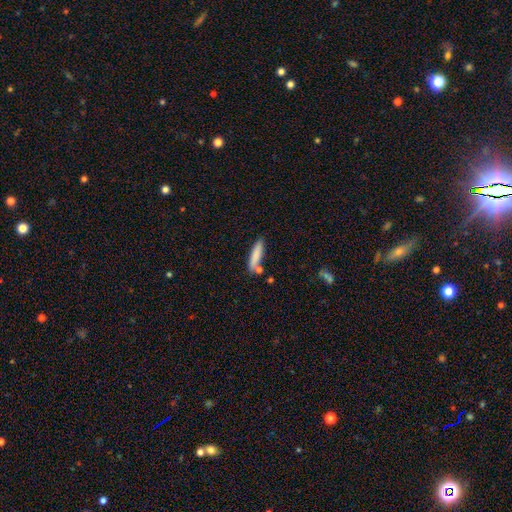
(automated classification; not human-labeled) A smooth galaxy with no disk features (82%) that is cigar-shaped (77%). Merging: none (72%).